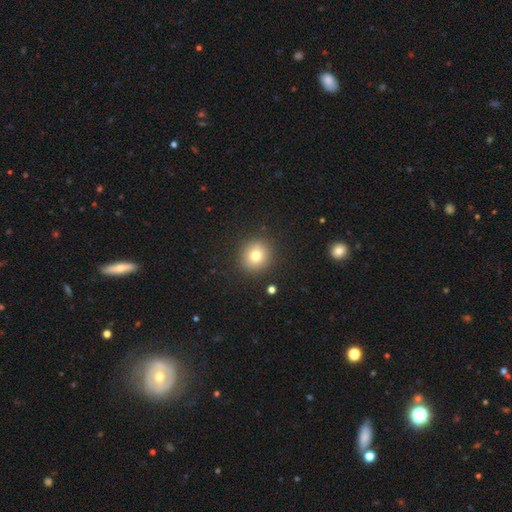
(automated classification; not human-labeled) A smooth galaxy with no disk features (76%) that is round (91%).

Vote fractions:
- Smooth or featured? smooth: 76% / star or artifact: 13% / featured or disk: 11%
- How rounded? round: 91% / in between: 8% / cigar-shaped: 1%
- Merging? none: 90% / minor disturbance: 6% / major disturbance: 2% / merger: 1%